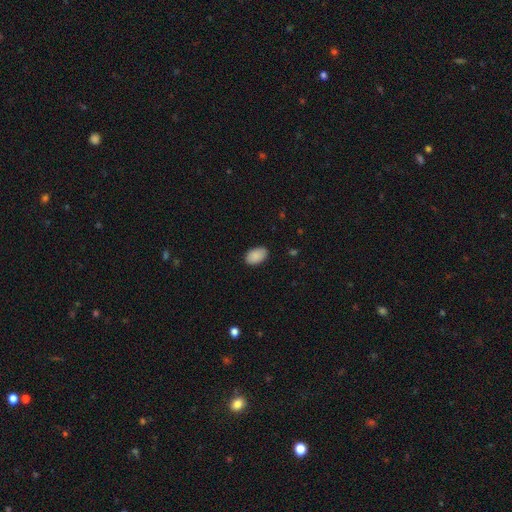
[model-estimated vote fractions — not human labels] A smooth galaxy with no disk features (89%) that is in between round and cigar-shaped (92%).

Vote fractions:
- Smooth or featured? smooth: 89% / star or artifact: 7% / featured or disk: 4%
- How rounded? in between: 92% / round: 7% / cigar-shaped: 1%
- Merging? none: 87% / minor disturbance: 10% / major disturbance: 2% / merger: 1%